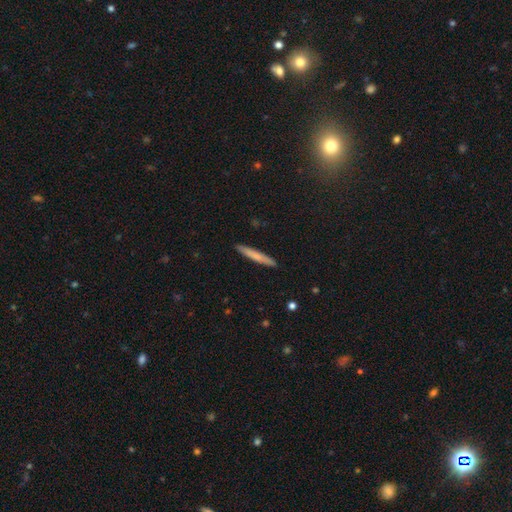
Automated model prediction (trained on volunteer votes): Smooth or featured? smooth (66%)
How rounded? cigar-shaped (95%)
Merging? none (91%)